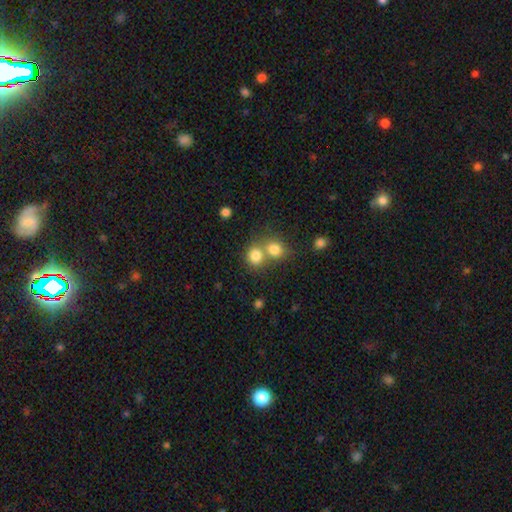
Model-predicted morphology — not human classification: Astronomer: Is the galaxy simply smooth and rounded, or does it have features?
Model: smooth — 80%.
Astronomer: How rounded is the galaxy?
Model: round — 80%.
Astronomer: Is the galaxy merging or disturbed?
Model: merger — 49% (runner-up: none, 42%).